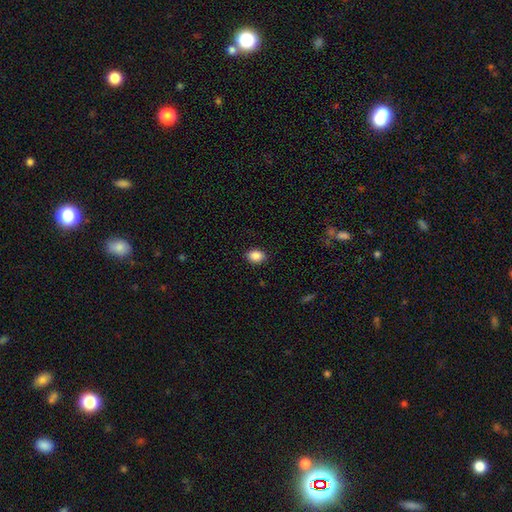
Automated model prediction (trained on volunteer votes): Smooth or featured: smooth — 88% (star or artifact — 8%)
How rounded: in between — 74% (round — 25%)
Merging: none — 89% (minor disturbance — 8%)